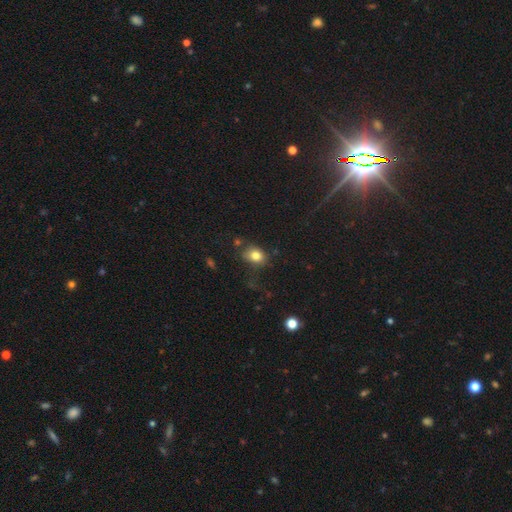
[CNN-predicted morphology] This is clearly a smooth galaxy (81%). How rounded: possibly in between (55%). Merging: likely none (65%).